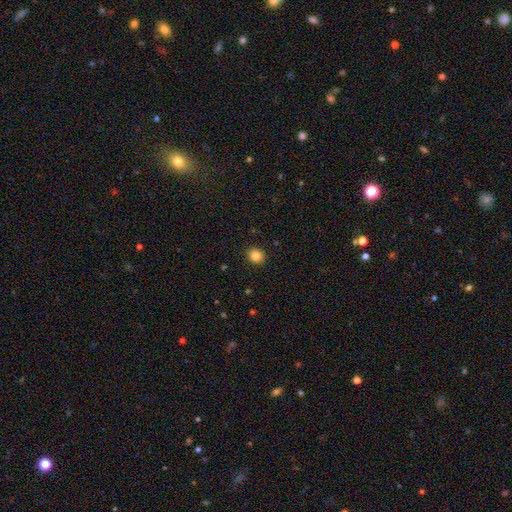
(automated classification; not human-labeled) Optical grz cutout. It shows a smooth galaxy with no disk features (85%) that is round (81%). Merging: none (92%).